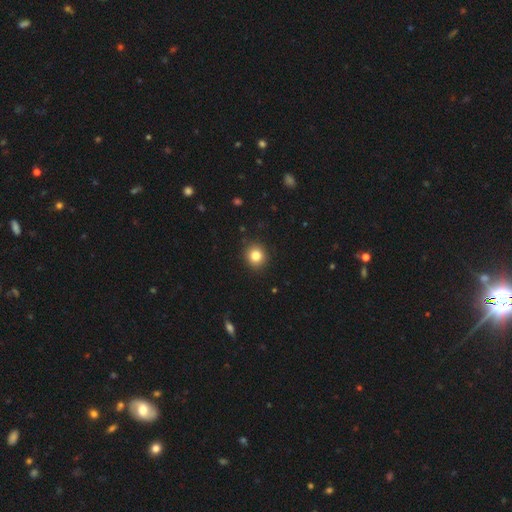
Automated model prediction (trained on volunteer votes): smooth 82%, star or artifact 11%, featured or disk 6%. Down the decision tree: how rounded — round (88%); merging — none (91%).